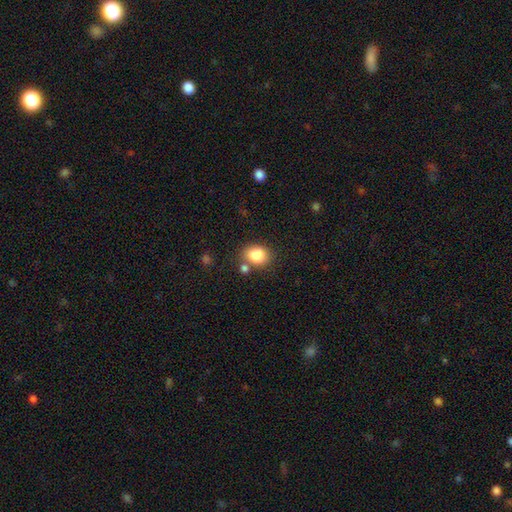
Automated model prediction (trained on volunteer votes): Morphology: type=smooth (85%); roundness=in between (52%); merging=none (66%).